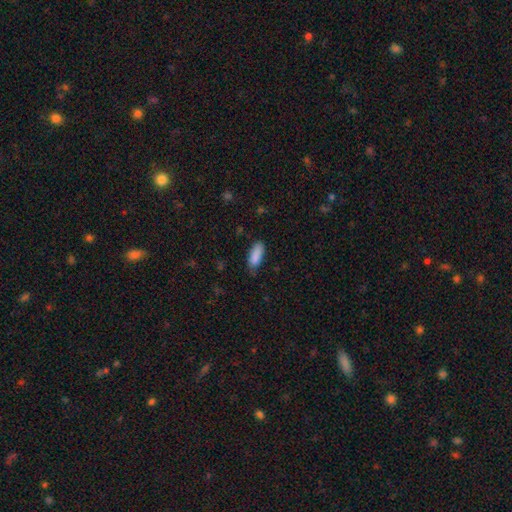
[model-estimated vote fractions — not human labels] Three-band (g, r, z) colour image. It shows a smooth galaxy with no disk features (88%) that is in between round and cigar-shaped (74%). Merging: none (73%).